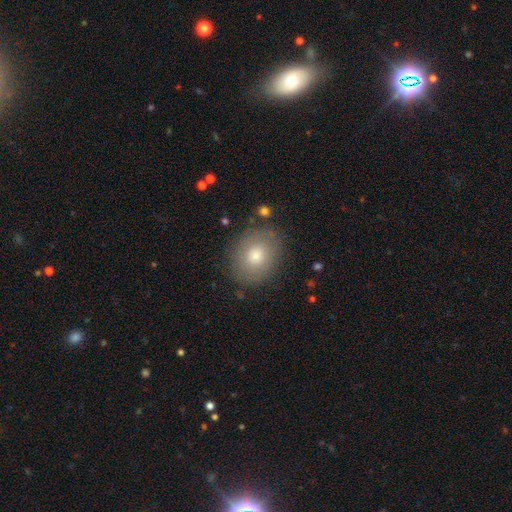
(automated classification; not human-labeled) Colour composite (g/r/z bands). It shows a smooth galaxy with no disk features (74%) that is round (54%). Merging: none (84%).